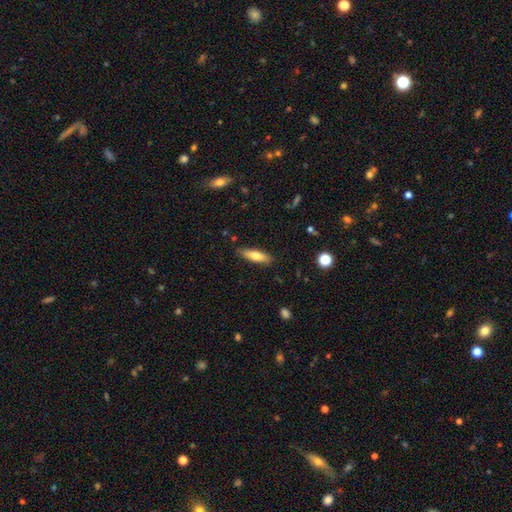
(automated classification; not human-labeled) This is likely a smooth galaxy (70%). How rounded: possibly cigar-shaped (60%). Merging: clearly none (86%).